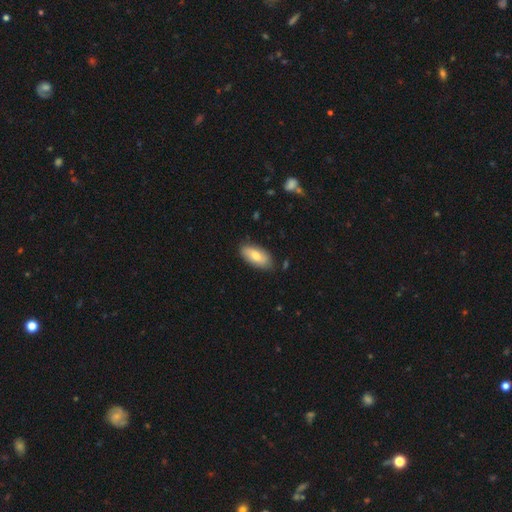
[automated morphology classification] The model was most divided on "smooth or featured": smooth: 76%, featured or disk: 18%, star or artifact: 6%. More confident: how rounded — in between (91%); merging — none (82%).